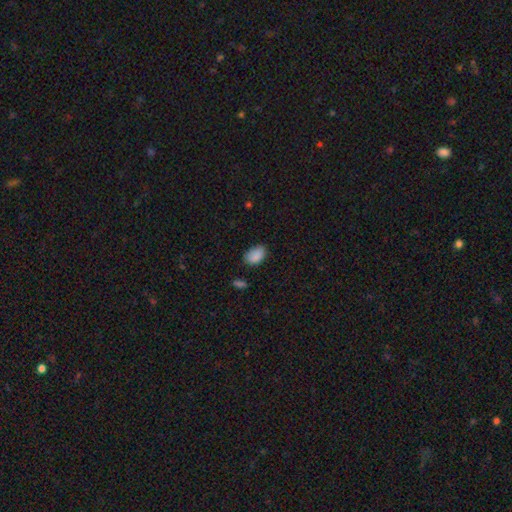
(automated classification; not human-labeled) smooth-or-featured: smooth: 88% | star or artifact: 8% | featured or disk: 4%
  how-rounded: in between: 88% | round: 11% | cigar-shaped: 1%
  merging: none: 72% | minor disturbance: 22% | major disturbance: 4% | merger: 2%